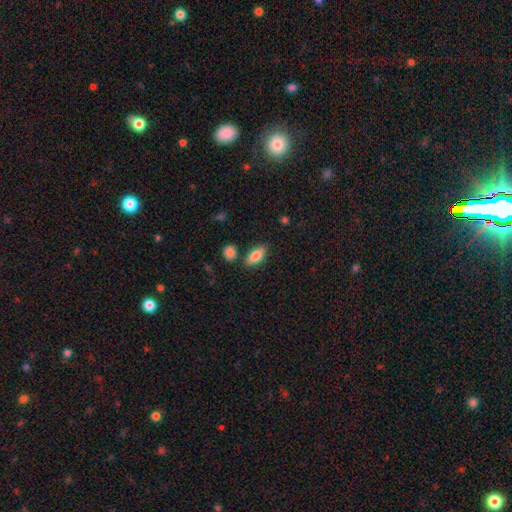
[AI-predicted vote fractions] smooth 82%, featured or disk 12%, star or artifact 7%. Down the decision tree: how rounded — in between (82%); merging — none (79%).